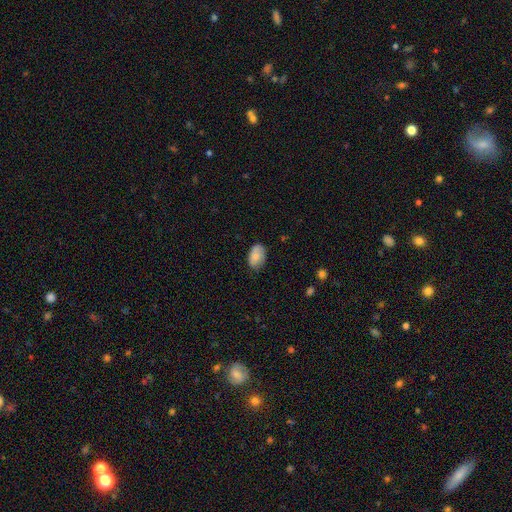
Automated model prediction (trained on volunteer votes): Morphology: type=smooth (83%); roundness=in between (90%); merging=none (72%).